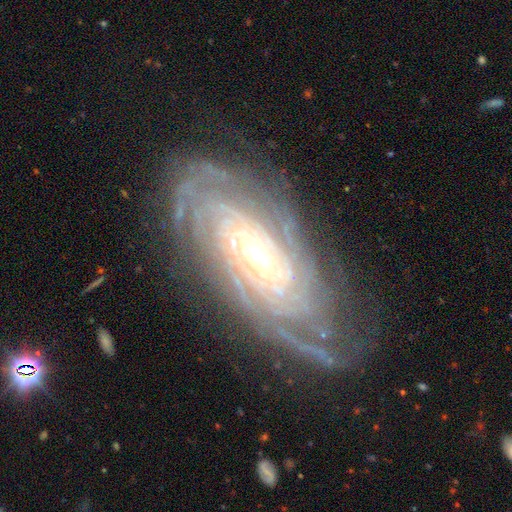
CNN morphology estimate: Smooth or featured: featured or disk — 91% (star or artifact — 5%)
Edge-on disk: no — 94% (yes — 6%)
Bar: no — 44% (weak — 35%)
Spiral arms: yes — 98% (no — 2%)
Spiral winding: tight — 83% (medium — 14%)
Spiral arm count: can't tell — 25% (4 — 23%)
Bulge size: moderate — 48% (small — 47%)
Merging: none — 76% (minor disturbance — 17%)